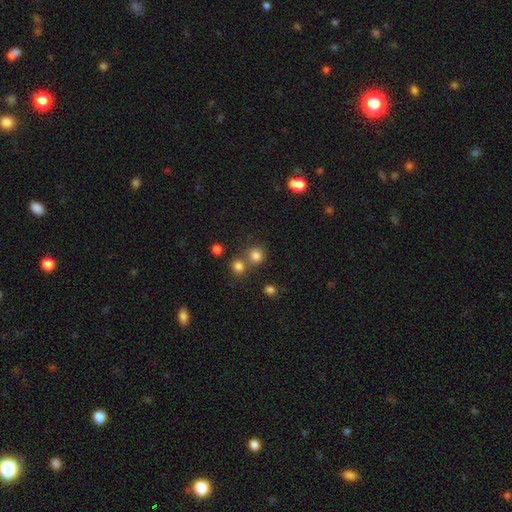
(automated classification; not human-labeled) The model was most divided on "merging": none: 61%, merger: 27%, minor disturbance: 8%, major disturbance: 3%. More confident: how rounded — round (86%); smooth or featured — smooth (79%).